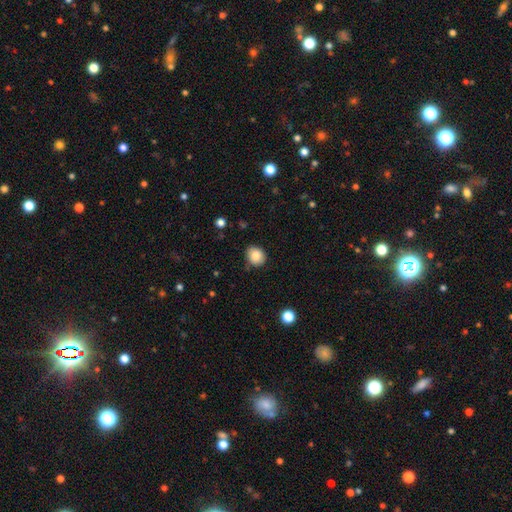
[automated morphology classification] Smooth or featured: smooth — 84% (star or artifact — 9%)
How rounded: round — 73% (in between — 26%)
Merging: none — 84% (minor disturbance — 12%)